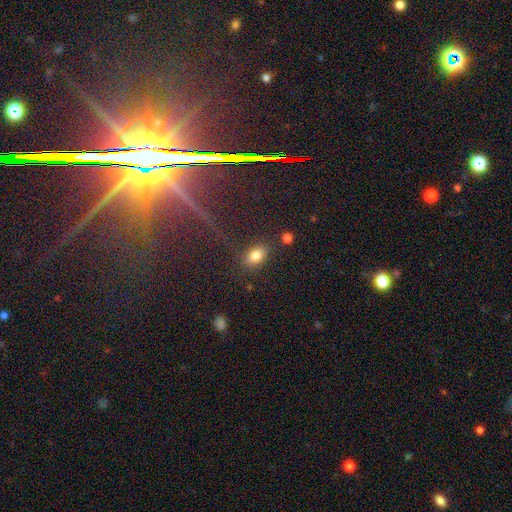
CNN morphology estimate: This is clearly a smooth galaxy (80%). How rounded: clearly in between (83%). Merging: clearly none (81%).